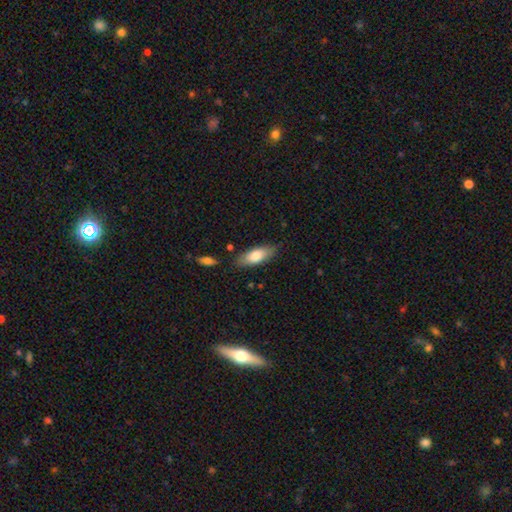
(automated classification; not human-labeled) smooth 77%, featured or disk 18%, star or artifact 6%. Down the decision tree: how rounded — in between (73%); merging — none (80%).